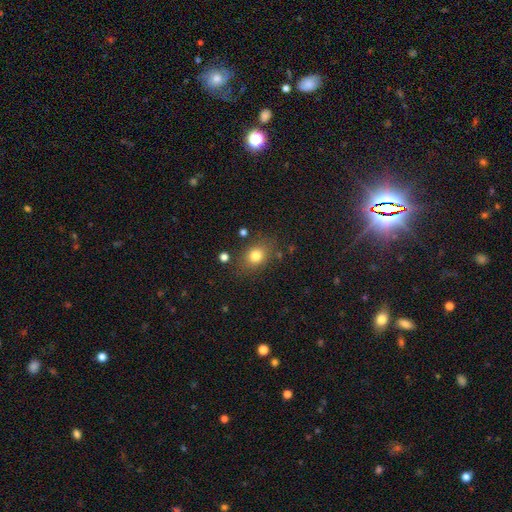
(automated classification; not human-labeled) Smooth or featured? smooth (79%)
How rounded? in between (54%)
Merging? none (78%)